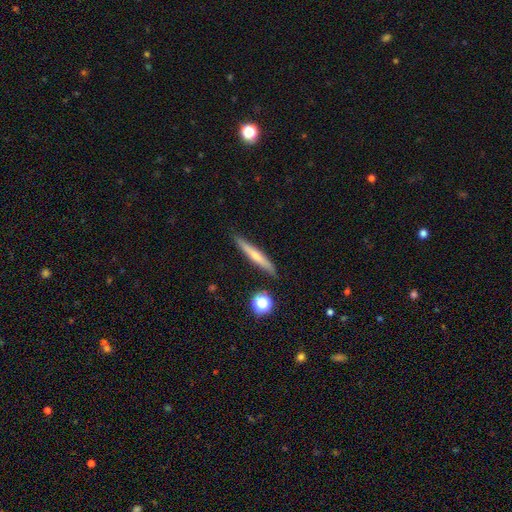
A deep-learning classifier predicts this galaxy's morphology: smooth 56%, featured or disk 37%, star or artifact 8%. Down the decision tree: how rounded — cigar-shaped (94%); merging — none (87%).